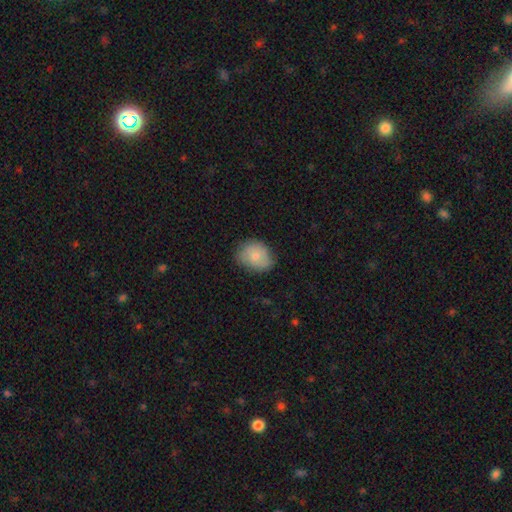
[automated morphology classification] A smooth galaxy with no disk features (75%) that is round (50%). Merging: none (70%).